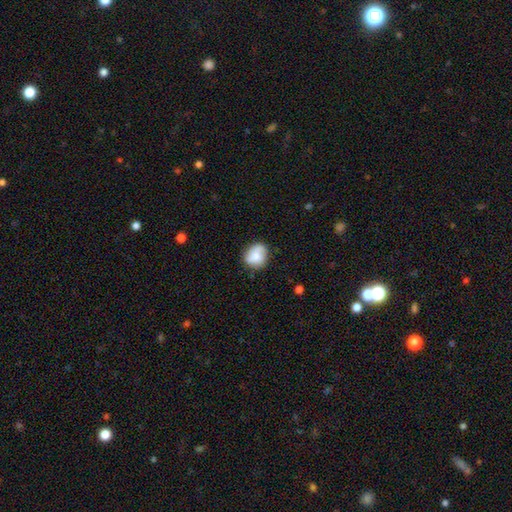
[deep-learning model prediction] smooth 69%, featured or disk 23%, star or artifact 8%. Down the decision tree: how rounded — round (67%); merging — none (70%).